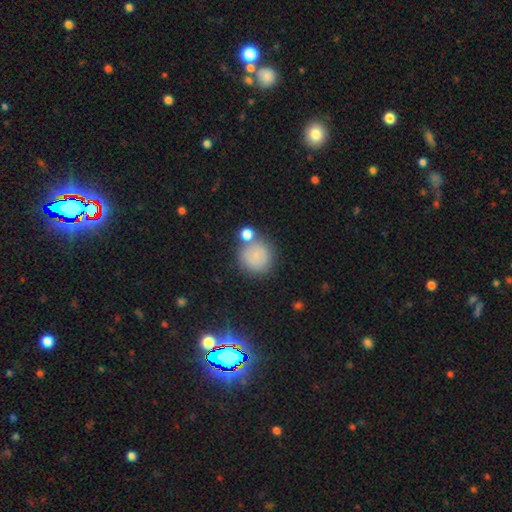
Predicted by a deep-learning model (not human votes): smooth-or-featured: smooth: 74% | featured or disk: 15% | star or artifact: 11%
  how-rounded: round: 92% | in between: 7% | cigar-shaped: 1%
  merging: none: 65% | merger: 16% | minor disturbance: 14% | major disturbance: 6%